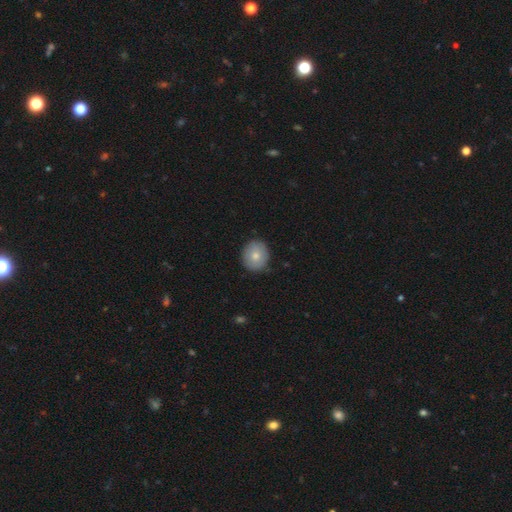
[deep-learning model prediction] smooth-or-featured: smooth: 78% | featured or disk: 14% | star or artifact: 8%
  how-rounded: round: 86% | in between: 14% | cigar-shaped: 1%
  merging: none: 87% | minor disturbance: 10% | major disturbance: 2% | merger: 1%